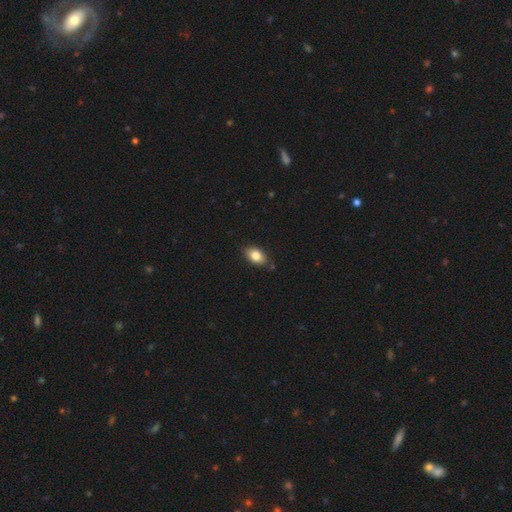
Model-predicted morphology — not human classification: smooth_or_featured: smooth (p=0.83) [alt: featured or disk p=0.09]
how_rounded: in between (p=0.87) [alt: round p=0.11]
merging: none (p=0.82) [alt: minor disturbance p=0.13]